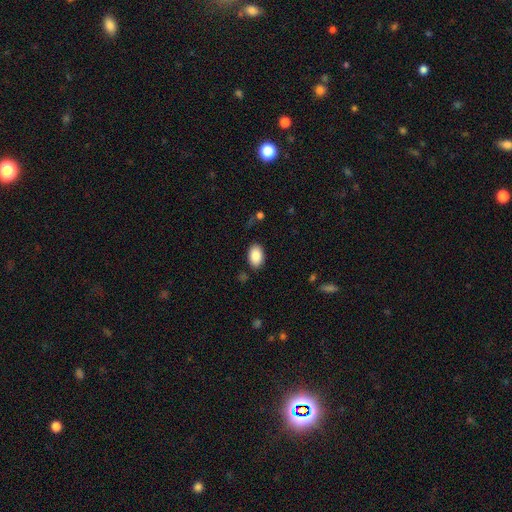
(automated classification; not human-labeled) smooth-or-featured: smooth: 88% | star or artifact: 7% | featured or disk: 5%
  how-rounded: in between: 91% | round: 7% | cigar-shaped: 1%
  merging: none: 85% | minor disturbance: 10% | major disturbance: 3% | merger: 2%